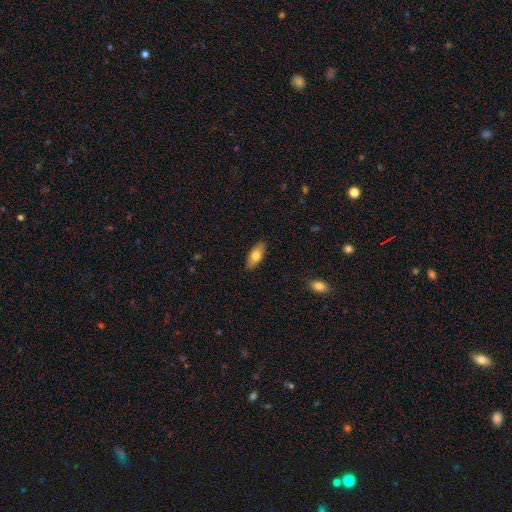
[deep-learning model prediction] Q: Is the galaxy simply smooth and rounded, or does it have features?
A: smooth — 72%.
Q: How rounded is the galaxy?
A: in between — 82%.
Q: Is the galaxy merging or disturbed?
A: none — 88%.